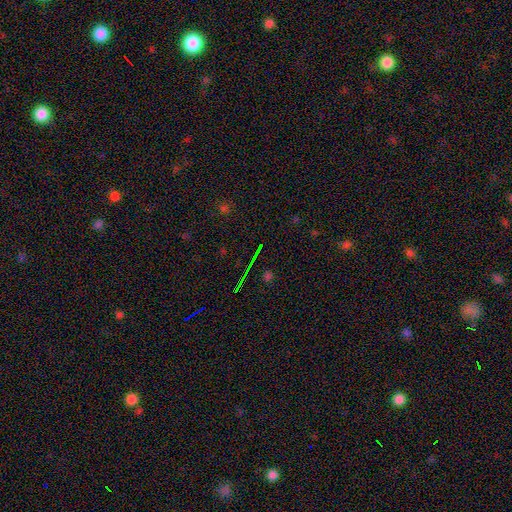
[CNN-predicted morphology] Smooth or featured: star or artifact — 73% (smooth — 14%)